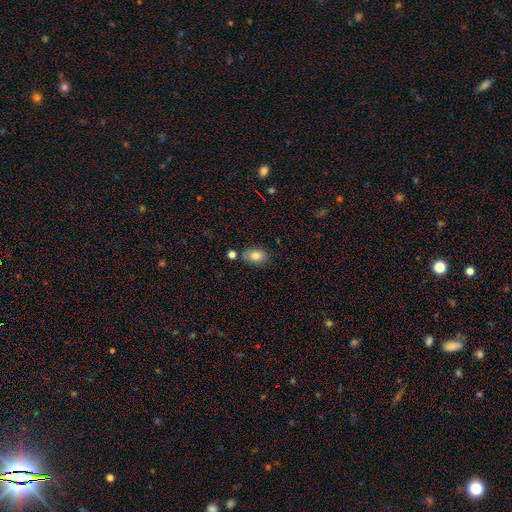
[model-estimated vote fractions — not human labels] smooth-or-featured: smooth: 81% | featured or disk: 10% | star or artifact: 9%
  how-rounded: in between: 80% | round: 19% | cigar-shaped: 1%
  merging: none: 74% | minor disturbance: 14% | merger: 8% | major disturbance: 3%